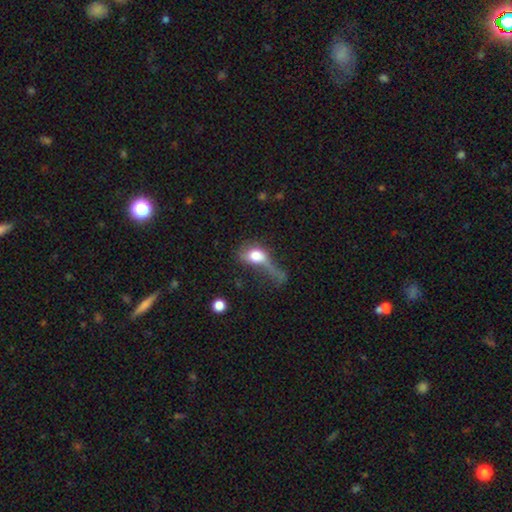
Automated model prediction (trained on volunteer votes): Overall: smooth (67%). How rounded: in between (67%). Merging: major disturbance (59%).